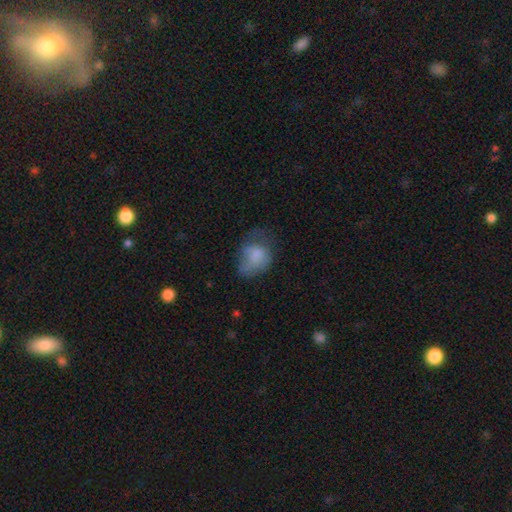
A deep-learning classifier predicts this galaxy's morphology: This is likely a smooth galaxy (70%). How rounded: likely in between (66%). Merging: marginally major disturbance (36%).